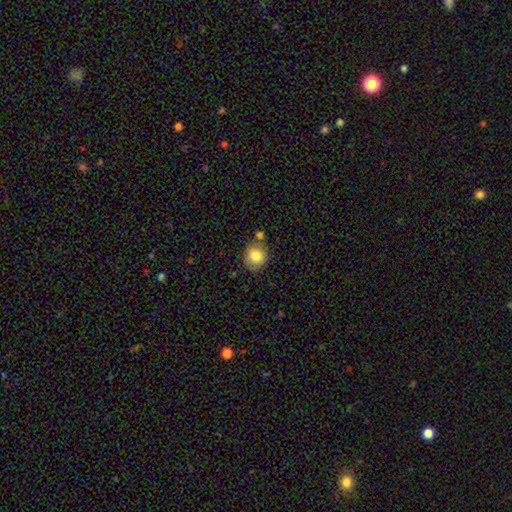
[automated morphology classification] Overall: smooth (81%). How rounded: round (82%). Merging: none (68%).